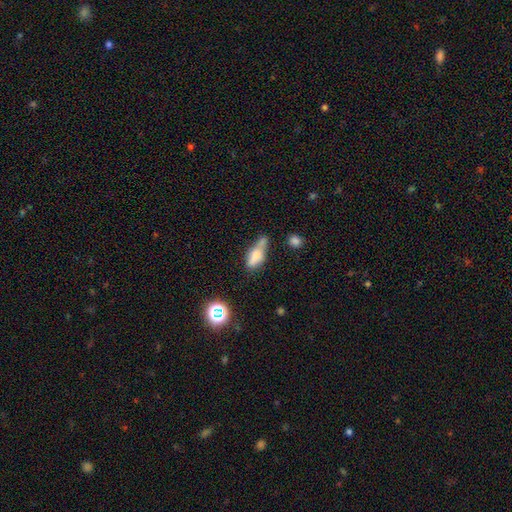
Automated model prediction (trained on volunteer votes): Smooth or featured? smooth (64%)
How rounded? in between (67%)
Merging? none (33%)